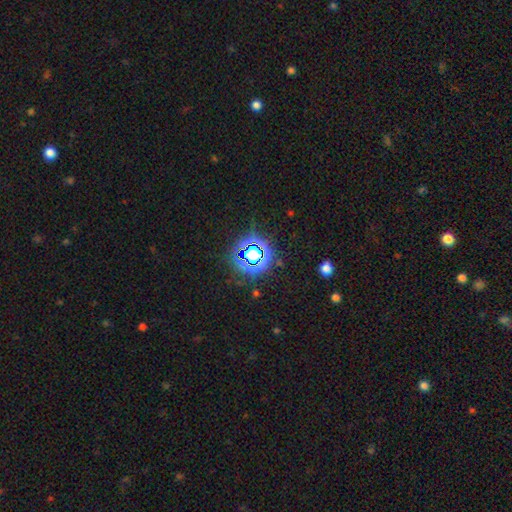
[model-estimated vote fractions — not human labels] The model was most divided on "smooth or featured": star or artifact: 70%, smooth: 20%, featured or disk: 10%.